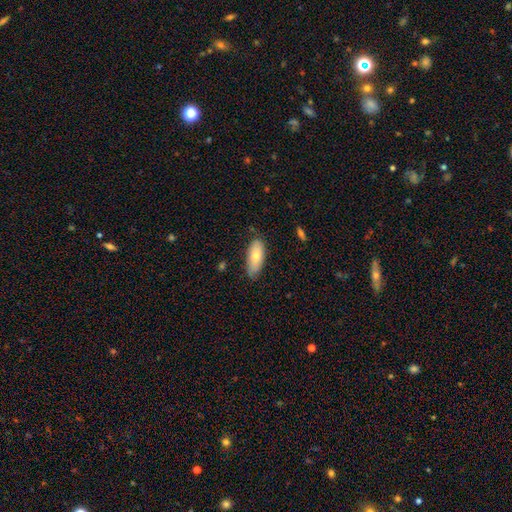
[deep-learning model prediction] Smooth or featured? smooth (72%)
How rounded? in between (83%)
Merging? none (77%)